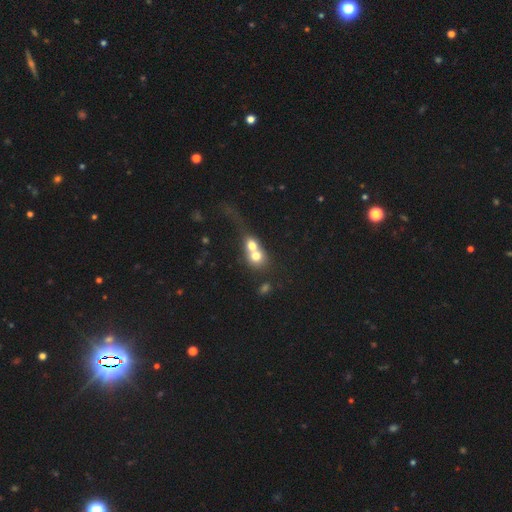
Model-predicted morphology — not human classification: smooth 62%, featured or disk 27%, star or artifact 11%. Down the decision tree: how rounded — round (64%); merging — merger (75%).